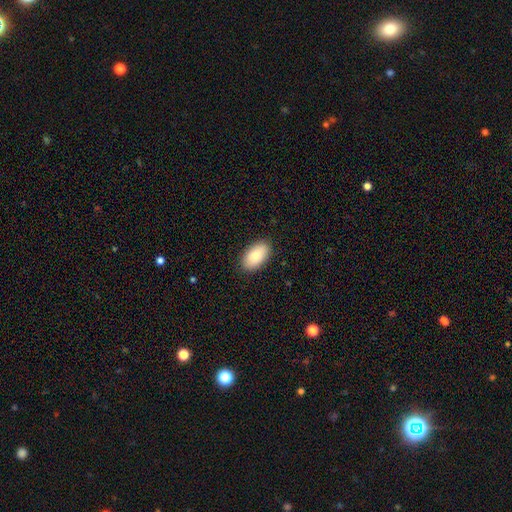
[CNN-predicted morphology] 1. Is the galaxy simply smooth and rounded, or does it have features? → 85% smooth, 9% featured or disk, 6% star or artifact.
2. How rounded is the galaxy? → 95% in between, 3% round, 2% cigar-shaped.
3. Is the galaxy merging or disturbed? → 89% none, 9% minor disturbance, 2% major disturbance, 1% merger.